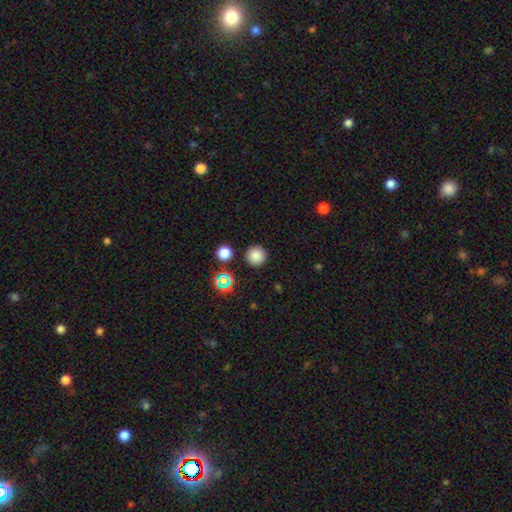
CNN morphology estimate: type=smooth (80%); roundness=round (95%); merging=none (89%).